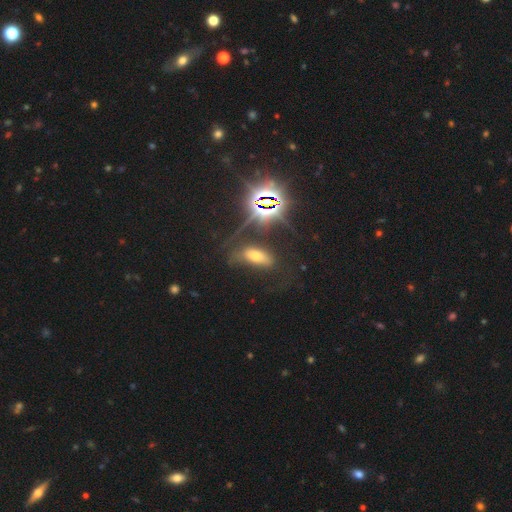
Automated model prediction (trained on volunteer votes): smooth-or-featured: smooth: 42% | star or artifact: 39% | featured or disk: 19%
  merging: none: 61% | minor disturbance: 18% | major disturbance: 16% | merger: 5%